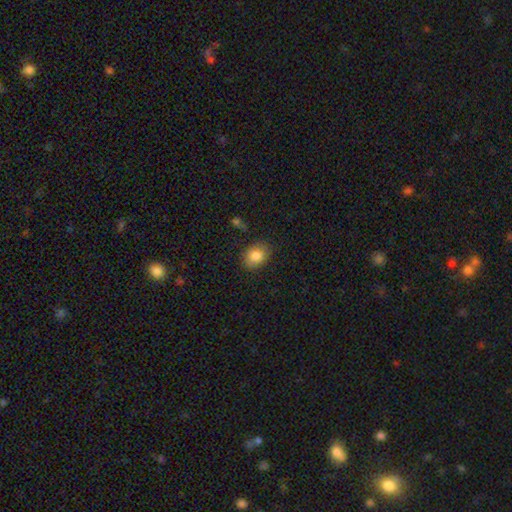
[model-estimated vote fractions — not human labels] Smooth or featured? Predicted: smooth (p=0.85). How rounded? Predicted: in between (p=0.60). Merging? Predicted: none (p=0.82).